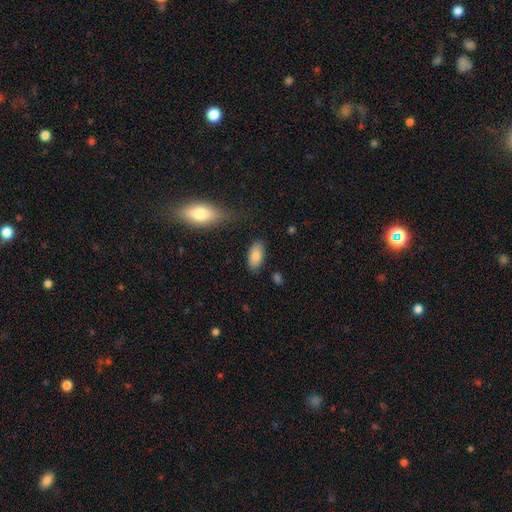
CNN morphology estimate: Smooth or featured: smooth — 84% (featured or disk — 10%)
How rounded: in between — 94% (cigar-shaped — 3%)
Merging: none — 82% (minor disturbance — 12%)